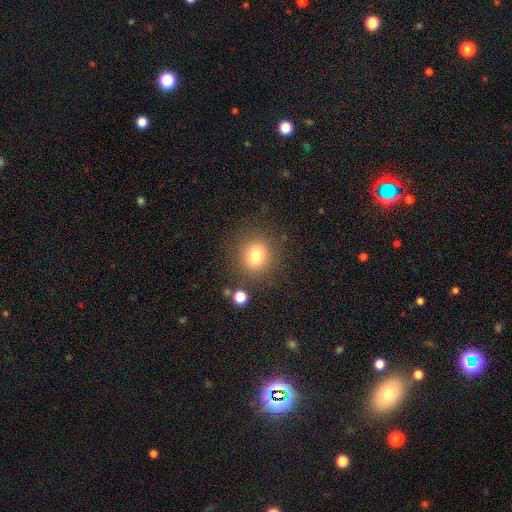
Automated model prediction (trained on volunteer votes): This appears to be a smooth galaxy with no disk features (78%) that is round (89%). Merging: none (85%).